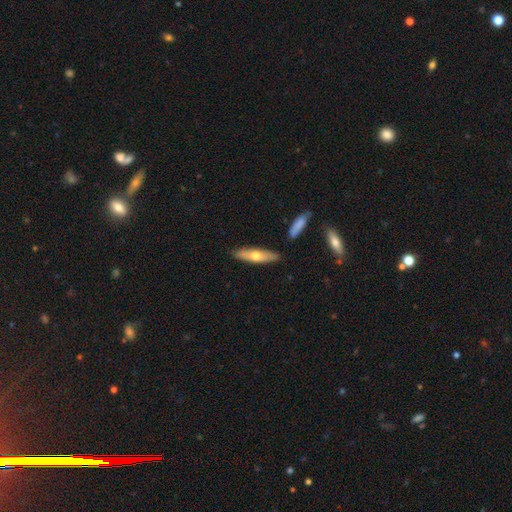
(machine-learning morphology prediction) Smooth or featured? Predicted: smooth (p=0.54). How rounded? Predicted: cigar-shaped (p=0.68). Merging? Predicted: none (p=0.84).